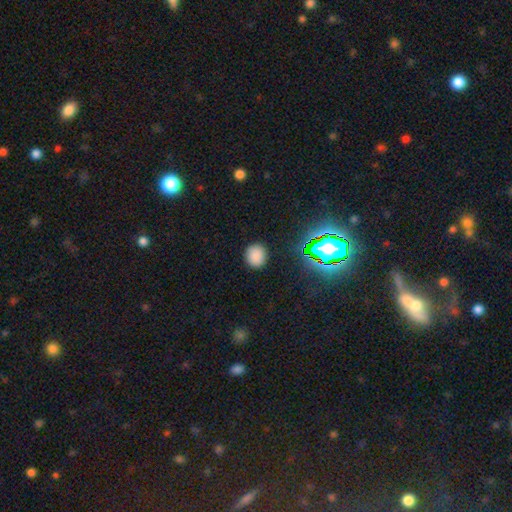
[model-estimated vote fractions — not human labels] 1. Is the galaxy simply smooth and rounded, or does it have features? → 81% smooth, 15% star or artifact, 4% featured or disk.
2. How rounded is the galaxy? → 79% round, 20% in between, 1% cigar-shaped.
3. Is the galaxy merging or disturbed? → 89% none, 8% minor disturbance, 2% major disturbance, 1% merger.